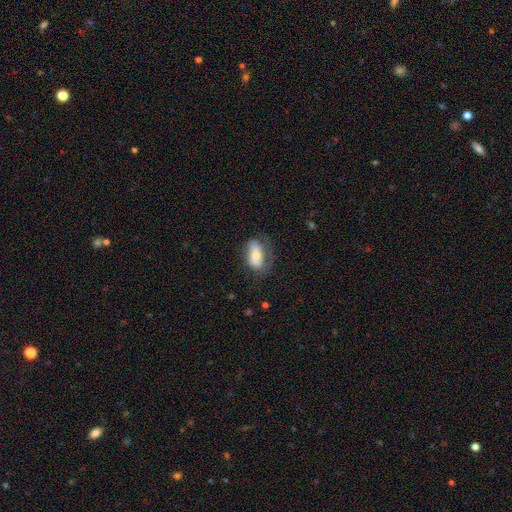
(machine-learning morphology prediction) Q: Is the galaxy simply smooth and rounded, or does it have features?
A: smooth — 60%.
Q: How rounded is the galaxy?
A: in between — 89%.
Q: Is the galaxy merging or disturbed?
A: none — 53%.